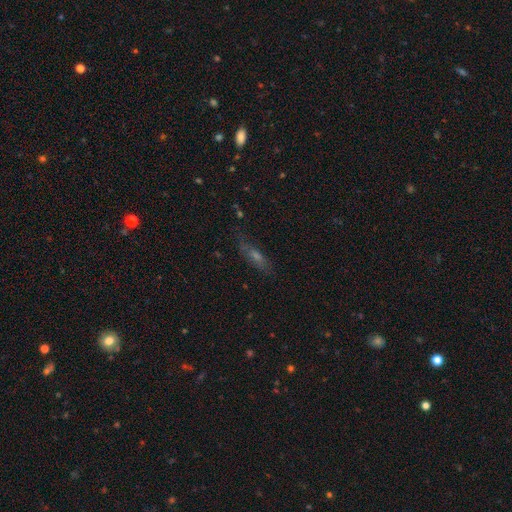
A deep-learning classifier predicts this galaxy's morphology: type=smooth (40%); merging=none (70%).